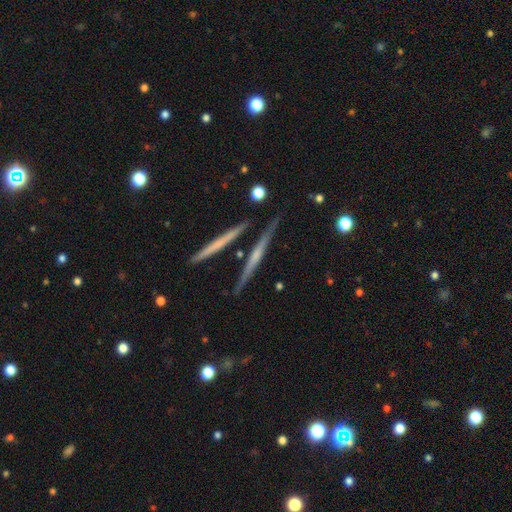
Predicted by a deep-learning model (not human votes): A featured or disk galaxy (67%) viewed edge-on (95%) with no central bulge (69%).

Vote fractions:
- Smooth or featured? featured or disk: 67% / smooth: 26% / star or artifact: 7%
- Edge-on disk? yes: 95% / no: 5%
- Edge-on bulge? none: 69% / rounded: 24% / boxy: 7%
- Merging? none: 84% / minor disturbance: 9% / merger: 5% / major disturbance: 2%